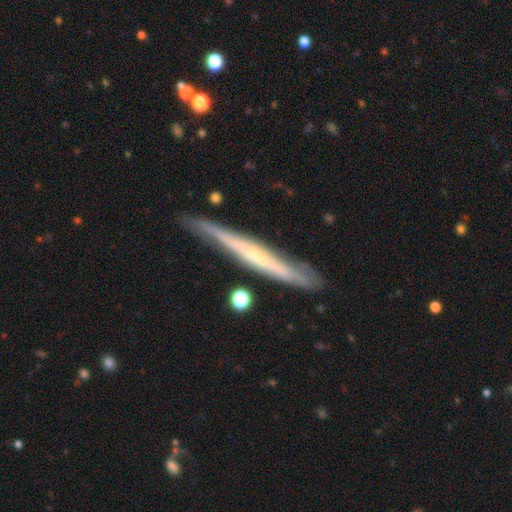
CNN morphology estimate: This appears to be a featured or disk galaxy (70%) viewed edge-on (93%) with no central bulge (50%). Merging: none (79%).